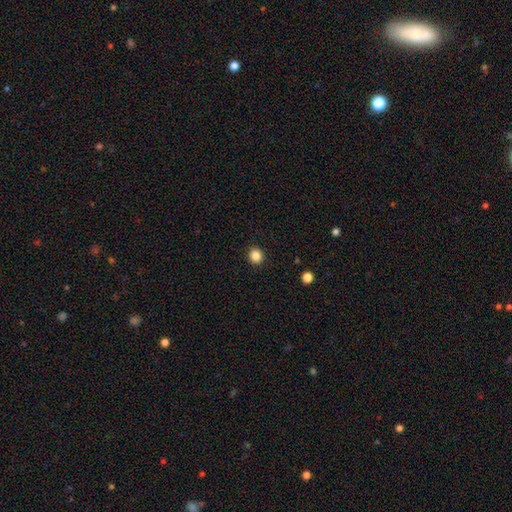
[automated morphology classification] A smooth galaxy with no disk features (86%) that is round (82%). Merging: none (92%).